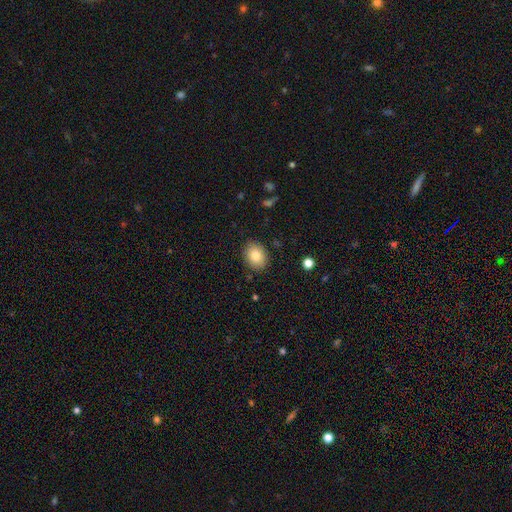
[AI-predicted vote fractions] A smooth galaxy with no disk features (80%) that is round (50%, tied with in between).

Vote fractions:
- Smooth or featured? smooth: 80% / featured or disk: 11% / star or artifact: 9%
- How rounded? round: 50% (tied) / in between: 50% (tied) / cigar-shaped: 1%
- Merging? none: 88% / minor disturbance: 9% / major disturbance: 2% / merger: 1%